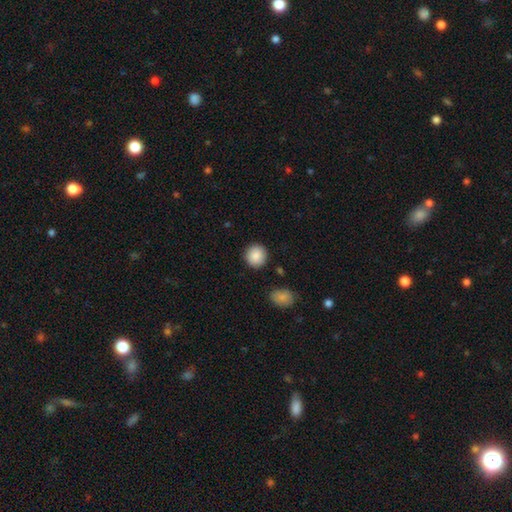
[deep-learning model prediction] This is clearly a smooth galaxy (88%). How rounded: clearly round (92%). Merging: clearly none (90%).